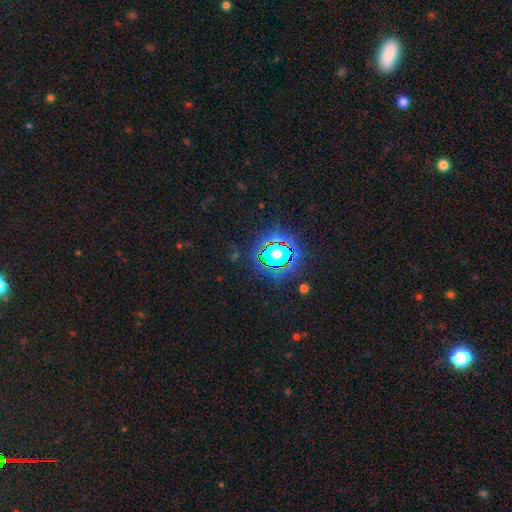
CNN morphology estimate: A star or artifact, not a galaxy (82%).

Vote fractions:
- Smooth or featured? star or artifact: 82% / smooth: 11% / featured or disk: 7%